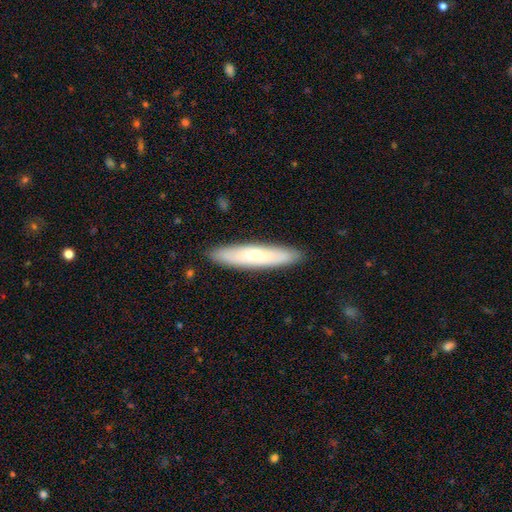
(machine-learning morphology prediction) Q: Smooth or featured?
A: smooth (59%); runner-up: featured or disk (36%)
Q: How rounded?
A: cigar-shaped (83%); runner-up: in between (16%)
Q: Merging?
A: none (89%); runner-up: minor disturbance (8%)